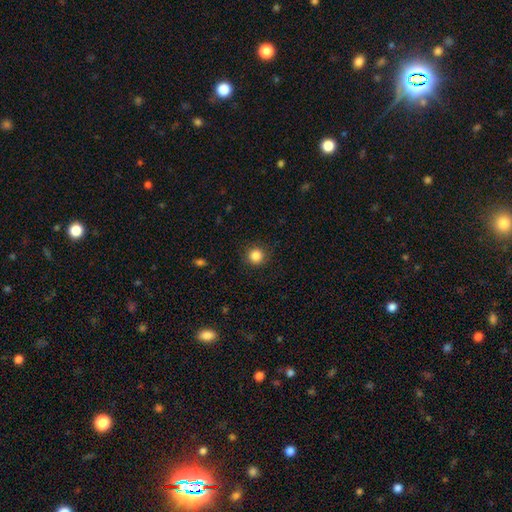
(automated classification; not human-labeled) Smooth or featured? smooth (85%)
How rounded? round (94%)
Merging? none (88%)